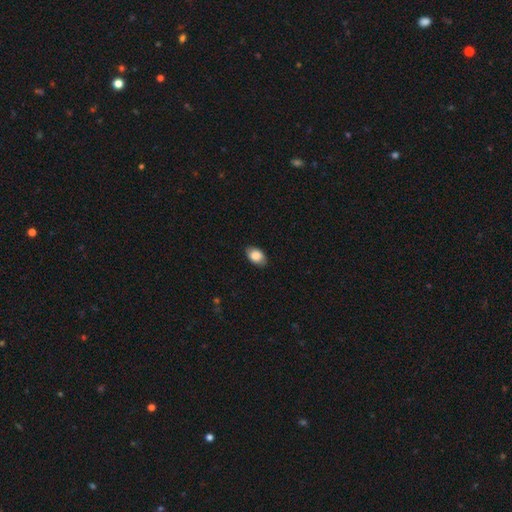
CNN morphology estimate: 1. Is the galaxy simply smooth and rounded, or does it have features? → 86% smooth, 8% featured or disk, 7% star or artifact.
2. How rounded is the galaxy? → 89% in between, 10% round, 1% cigar-shaped.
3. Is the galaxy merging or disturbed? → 86% none, 11% minor disturbance, 2% major disturbance, 1% merger.